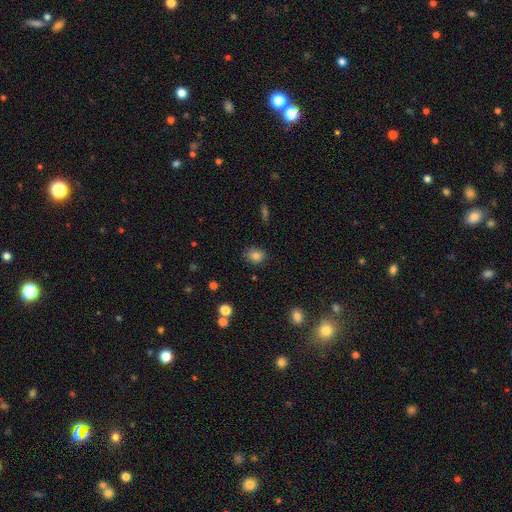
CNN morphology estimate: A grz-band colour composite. It shows a smooth galaxy with no disk features (84%) that is in between round and cigar-shaped (53%). Merging: none (81%).